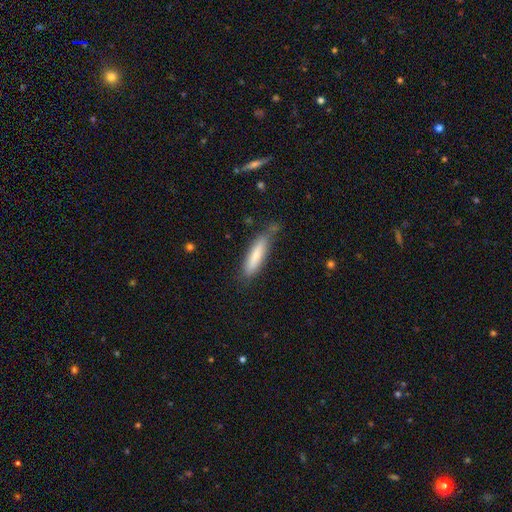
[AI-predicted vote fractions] Smooth or featured: smooth — 75% (featured or disk — 19%)
How rounded: cigar-shaped — 75% (in between — 24%)
Merging: none — 66% (minor disturbance — 24%)